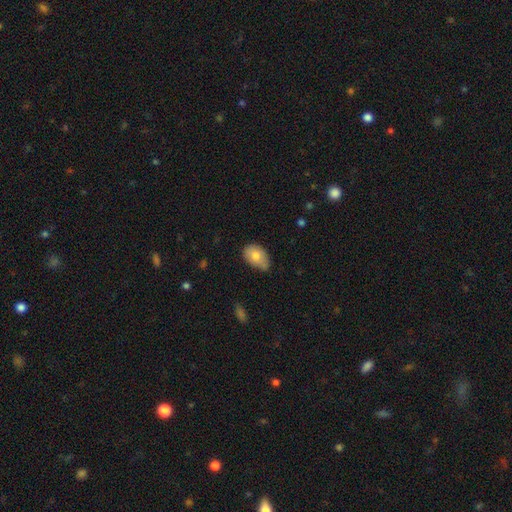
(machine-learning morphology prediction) Smooth or featured? smooth (76%)
How rounded? in between (86%)
Merging? none (55%)